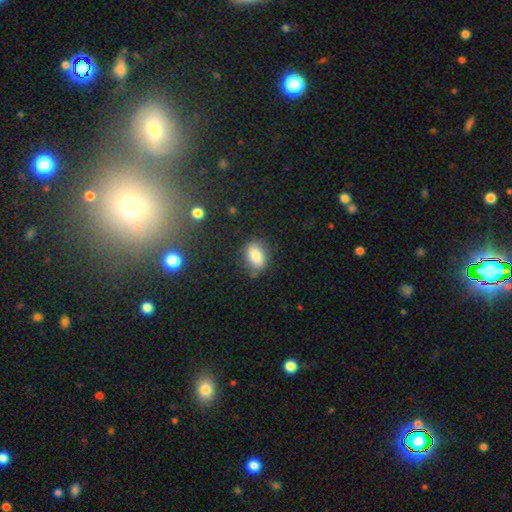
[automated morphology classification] The model was most divided on "merging": none: 75%, minor disturbance: 17%, major disturbance: 4%, merger: 3%. More confident: smooth or featured — smooth (83%); how rounded — in between (82%).